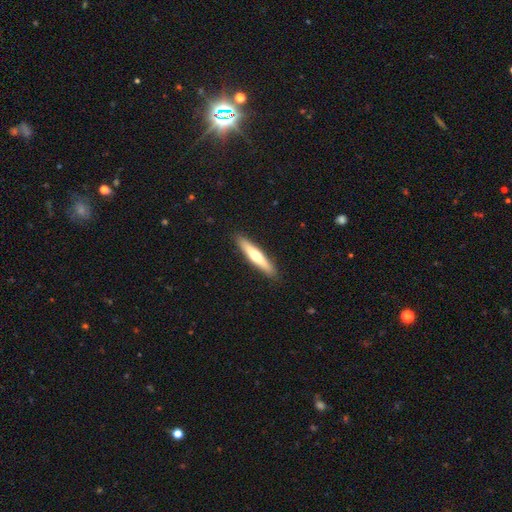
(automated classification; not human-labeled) This is possibly a smooth galaxy (49%). Merging: clearly none (91%).